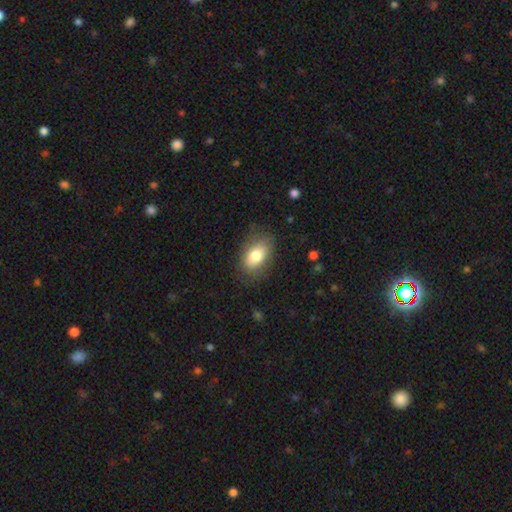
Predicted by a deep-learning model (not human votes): Smooth or featured? smooth (77%)
How rounded? in between (88%)
Merging? none (78%)